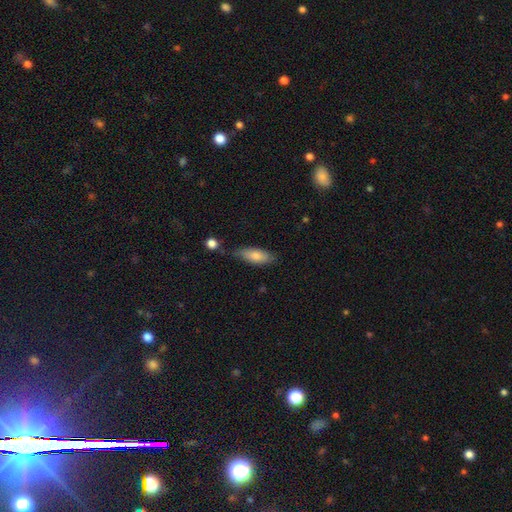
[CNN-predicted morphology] Smooth or featured?
  - smooth: 77% *
  - featured or disk: 17%
  - star or artifact: 6%
How rounded?
  - in between: 71% *
  - cigar-shaped: 26%
  - round: 2%
Merging?
  - none: 67% *
  - minor disturbance: 23%
  - merger: 5%
  - major disturbance: 5%